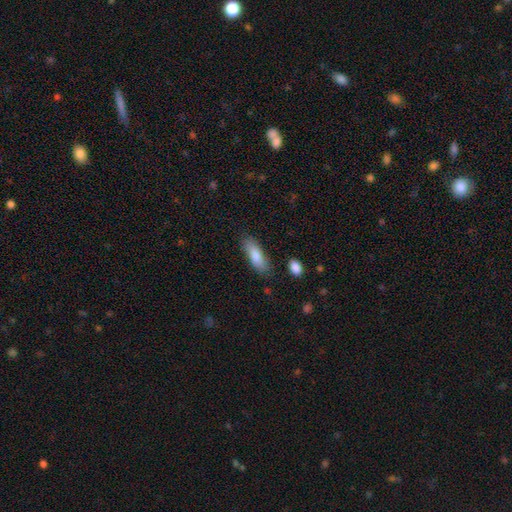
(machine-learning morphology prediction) Smooth or featured? Predicted: smooth (p=0.83). How rounded? Predicted: in between (p=0.61). Merging? Predicted: none (p=0.80).